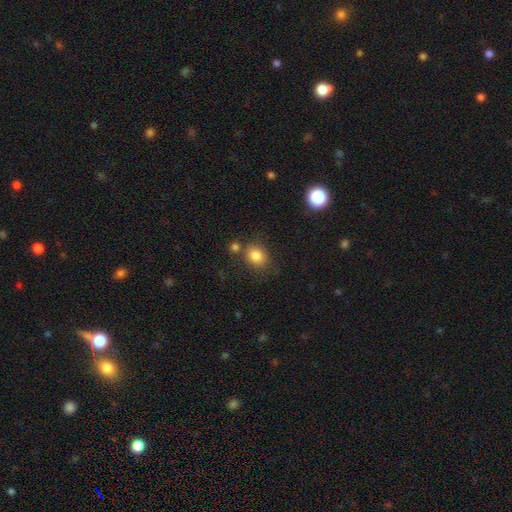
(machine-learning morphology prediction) The model was most divided on "how rounded": round: 56%, in between: 43%, cigar-shaped: 1%. More confident: smooth or featured — smooth (83%); merging — none (69%).